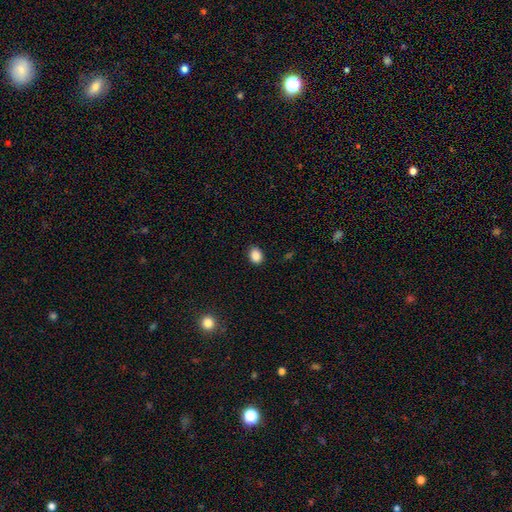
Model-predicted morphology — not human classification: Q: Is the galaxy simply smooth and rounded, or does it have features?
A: smooth — 88%.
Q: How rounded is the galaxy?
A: in between — 61%.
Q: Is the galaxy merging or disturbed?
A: none — 88%.